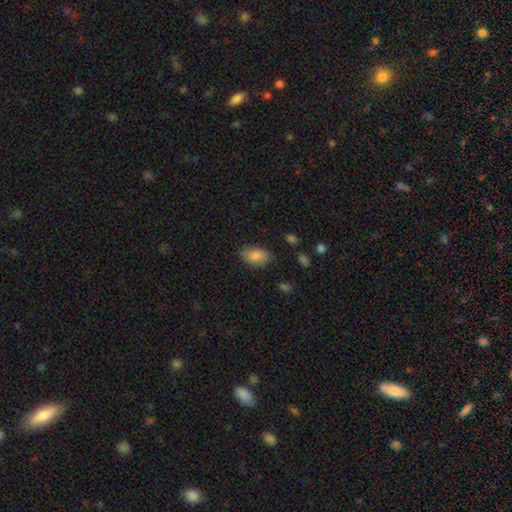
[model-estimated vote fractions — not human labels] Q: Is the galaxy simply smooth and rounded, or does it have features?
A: smooth — 84%.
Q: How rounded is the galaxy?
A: in between — 90%.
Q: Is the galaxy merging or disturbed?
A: none — 76%.